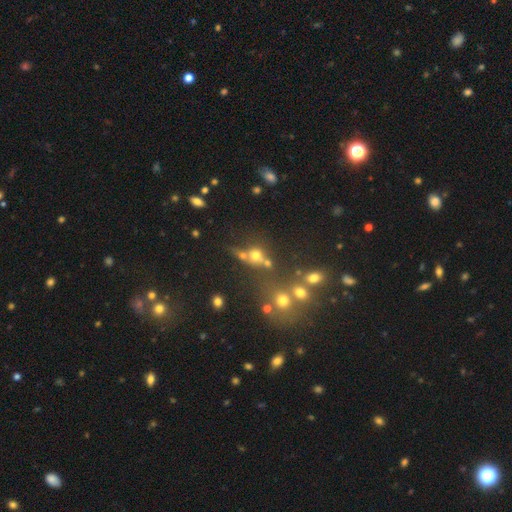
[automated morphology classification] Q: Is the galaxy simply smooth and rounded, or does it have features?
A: smooth — 60%.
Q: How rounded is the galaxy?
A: round — 76%.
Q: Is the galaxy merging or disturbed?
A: none — 44%.